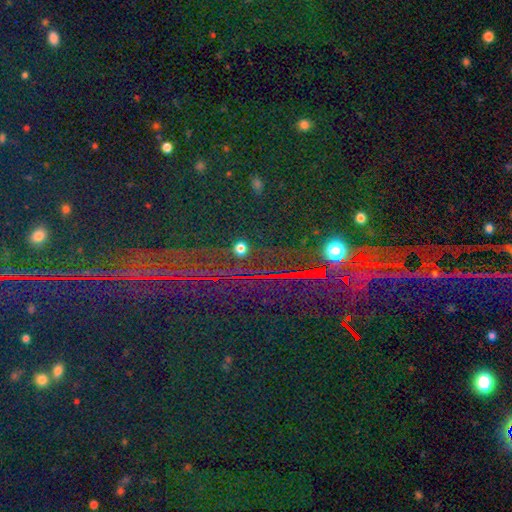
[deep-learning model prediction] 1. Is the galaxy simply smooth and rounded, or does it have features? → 84% star or artifact, 8% featured or disk, 8% smooth.